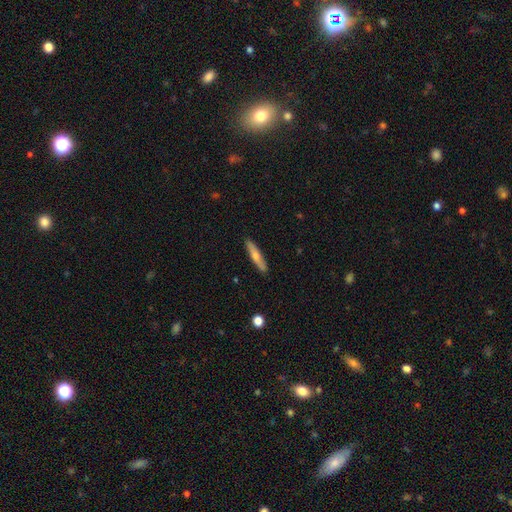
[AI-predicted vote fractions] Q: Smooth or featured?
A: smooth (63%); runner-up: featured or disk (31%)
Q: How rounded?
A: cigar-shaped (88%); runner-up: in between (10%)
Q: Merging?
A: none (89%); runner-up: minor disturbance (8%)